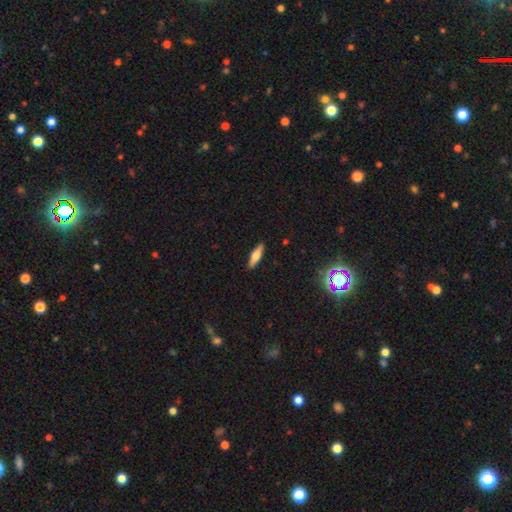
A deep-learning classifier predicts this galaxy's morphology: Q: Smooth or featured?
A: smooth (59%); runner-up: featured or disk (33%)
Q: How rounded?
A: cigar-shaped (64%); runner-up: in between (34%)
Q: Merging?
A: none (89%); runner-up: minor disturbance (8%)